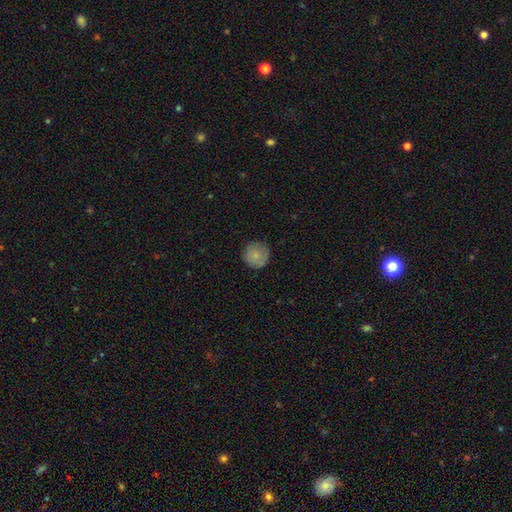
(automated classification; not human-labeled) This appears to be a smooth galaxy with no disk features (83%) that is round (94%). Merging: none (84%).